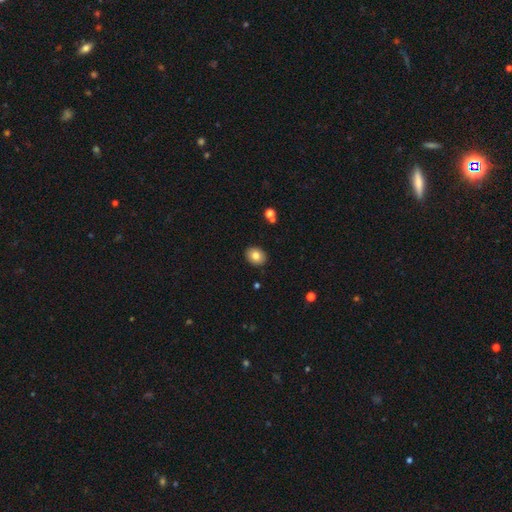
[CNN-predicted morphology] smooth 79%, featured or disk 12%, star or artifact 9%. Down the decision tree: how rounded — in between (52%); merging — none (90%).